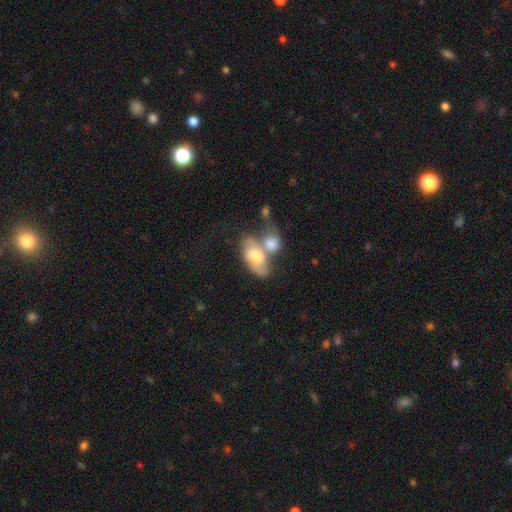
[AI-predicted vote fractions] Smooth or featured? Predicted: smooth (p=0.58). How rounded? Predicted: in between (p=0.88). Merging? Predicted: merger (p=0.63).